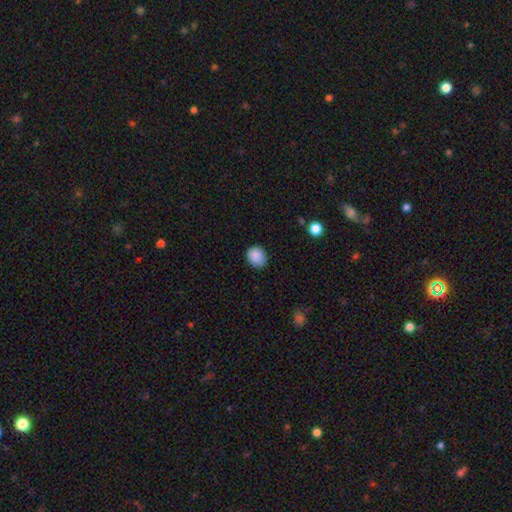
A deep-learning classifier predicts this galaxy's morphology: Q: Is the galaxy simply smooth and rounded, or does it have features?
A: smooth — 88%.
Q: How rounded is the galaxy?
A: round — 60%.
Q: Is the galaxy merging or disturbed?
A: none — 82%.